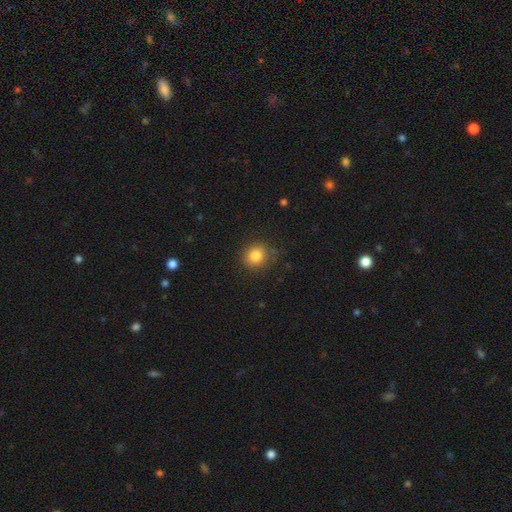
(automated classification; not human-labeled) A smooth galaxy with no disk features (83%) that is round (86%). Merging: none (83%).